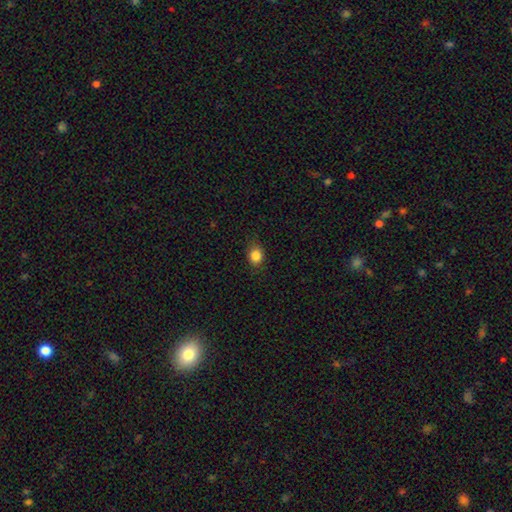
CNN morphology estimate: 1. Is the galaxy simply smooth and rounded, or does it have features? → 85% smooth, 10% star or artifact, 5% featured or disk.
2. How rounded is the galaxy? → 57% round, 42% in between, 1% cigar-shaped.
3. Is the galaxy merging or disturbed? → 82% none, 14% minor disturbance, 3% major disturbance, 1% merger.